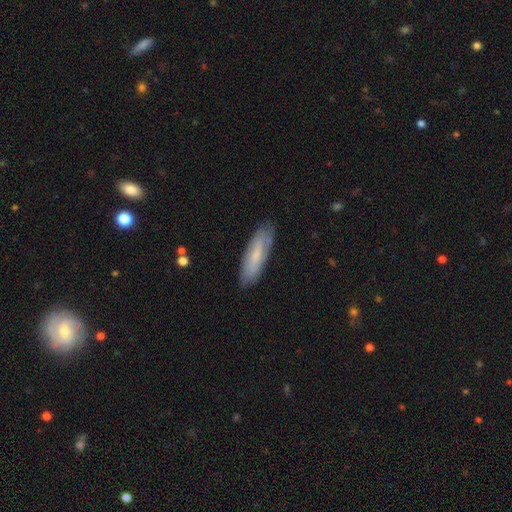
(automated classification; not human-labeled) smooth 64%, featured or disk 30%, star or artifact 7%. Down the decision tree: how rounded — cigar-shaped (58%); merging — none (80%).